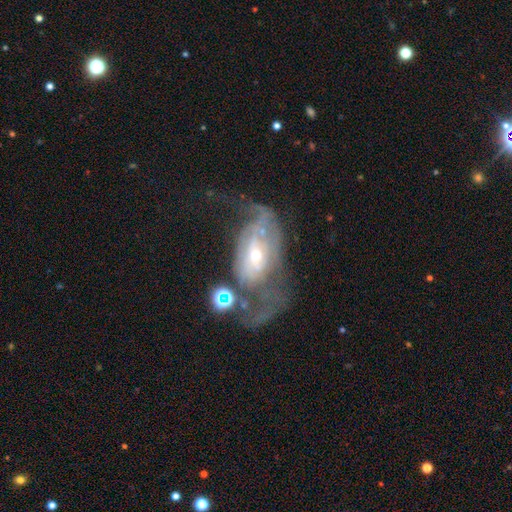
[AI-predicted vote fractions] smooth_or_featured: featured or disk (p=0.73) [alt: smooth p=0.18]
disk_edge_on: no (p=0.92) [alt: yes p=0.08]
bar: no (p=0.62) [alt: weak p=0.28]
has_spiral_arms: yes (p=0.68) [alt: no p=0.32]
bulge_size: small (p=0.53) [alt: moderate p=0.42]
merging: major disturbance (p=0.52) [alt: none p=0.22]